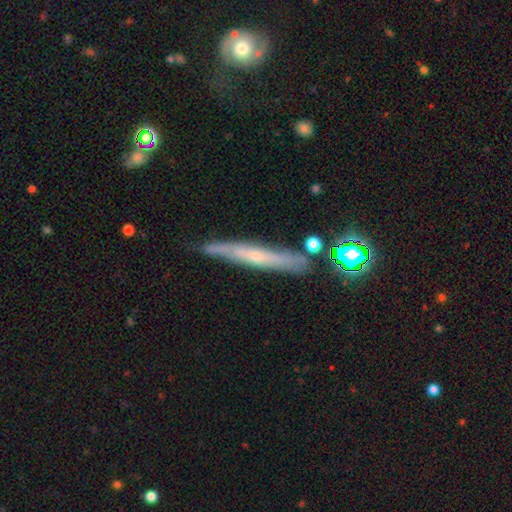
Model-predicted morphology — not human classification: Smooth or featured?
  - featured or disk: 58% *
  - smooth: 32%
  - star or artifact: 10%
Edge-on disk?
  - yes: 86% *
  - no: 14%
Edge-on bulge?
  - none: 48% *
  - rounded: 46%
  - boxy: 6%
Merging?
  - none: 77% *
  - minor disturbance: 16%
  - merger: 4%
  - major disturbance: 3%